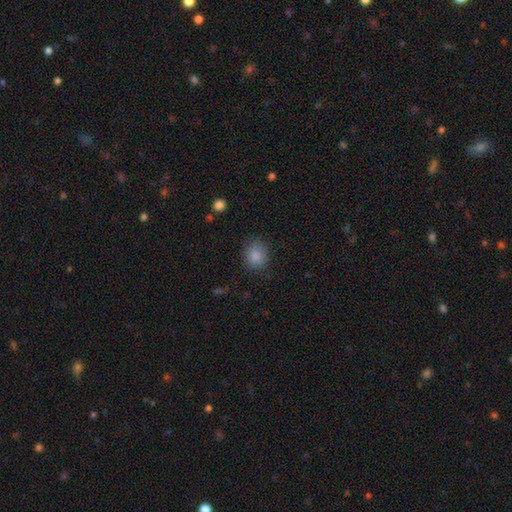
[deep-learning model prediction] Smooth or featured? Predicted: smooth (p=0.86). How rounded? Predicted: round (p=0.67). Merging? Predicted: none (p=0.80).